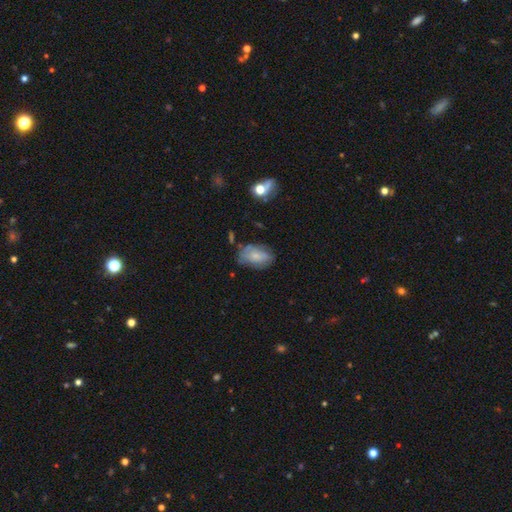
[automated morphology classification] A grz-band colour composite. It shows a smooth galaxy with no disk features (58%) that is in between round and cigar-shaped (89%). Merging: none (59%).